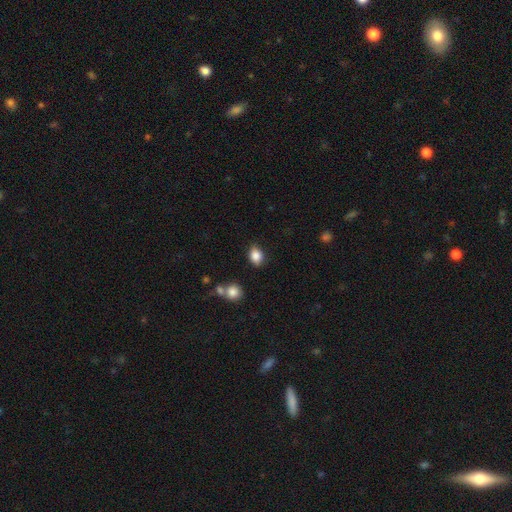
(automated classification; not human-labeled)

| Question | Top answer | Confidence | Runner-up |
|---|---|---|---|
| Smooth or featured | smooth | 86% | star or artifact (9%) |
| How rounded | in between | 66% | round (32%) |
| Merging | none | 75% | minor disturbance (18%) |